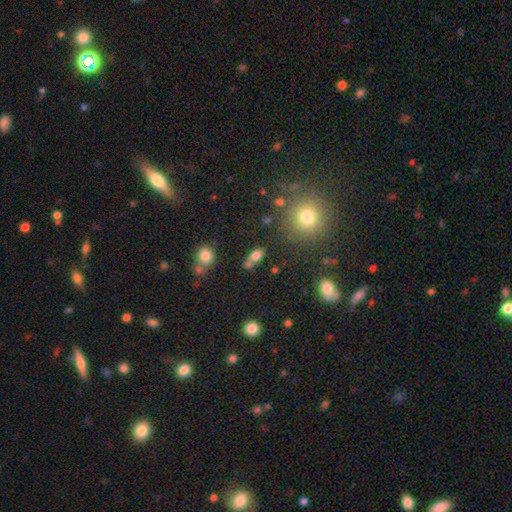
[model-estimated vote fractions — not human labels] Morphology: type=smooth (75%); roundness=in between (78%); merging=none (47%).